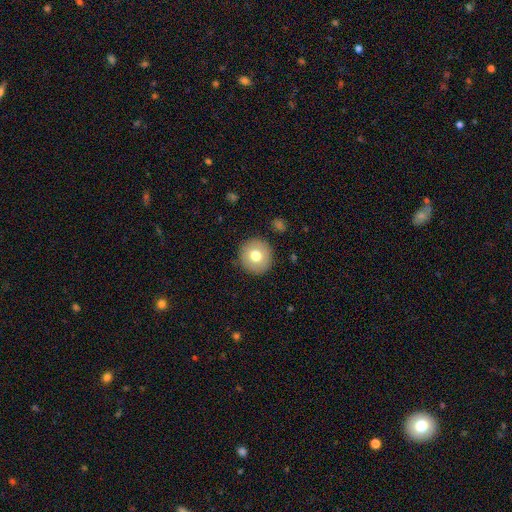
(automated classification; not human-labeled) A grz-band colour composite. It shows a smooth galaxy with no disk features (74%) that is round (95%). Merging: none (90%).